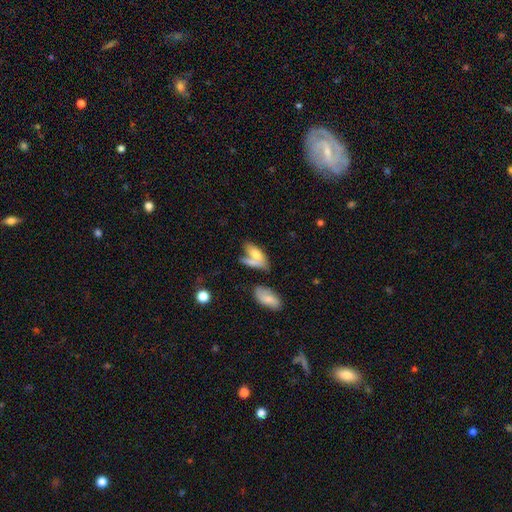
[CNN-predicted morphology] A smooth galaxy with no disk features (65%) that is in between round and cigar-shaped (84%).

Vote fractions:
- Smooth or featured? smooth: 65% / featured or disk: 27% / star or artifact: 8%
- How rounded? in between: 84% / cigar-shaped: 12% / round: 4%
- Merging? merger: 40% / none: 31% / minor disturbance: 17% / major disturbance: 12%